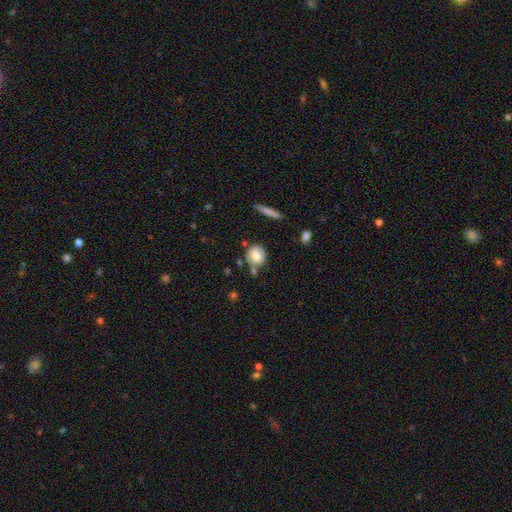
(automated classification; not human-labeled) Smooth or featured?
  - smooth: 70% *
  - featured or disk: 22%
  - star or artifact: 8%
How rounded?
  - round: 76% *
  - in between: 22%
  - cigar-shaped: 2%
Merging?
  - none: 64% *
  - minor disturbance: 19%
  - merger: 12%
  - major disturbance: 5%